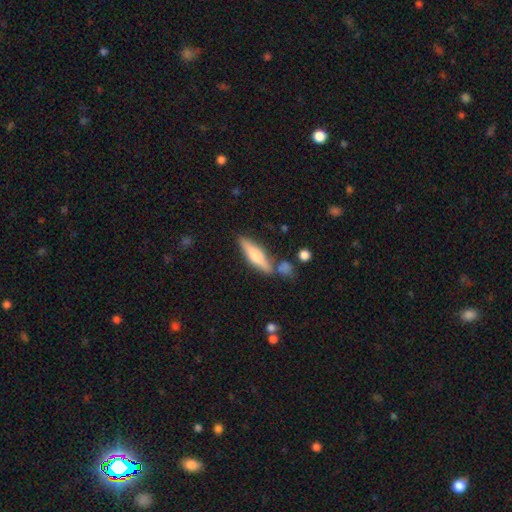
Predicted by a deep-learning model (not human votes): This appears to be a smooth galaxy with no disk features (47%, tied with featured or disk). Merging: none (74%).